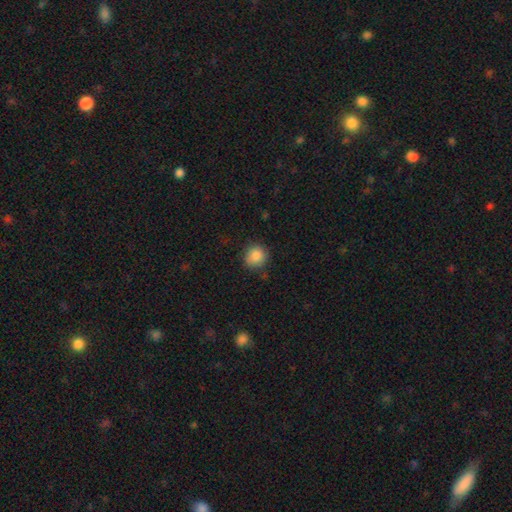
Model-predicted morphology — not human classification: This is clearly a smooth galaxy (86%). How rounded: clearly round (88%). Merging: clearly none (83%).